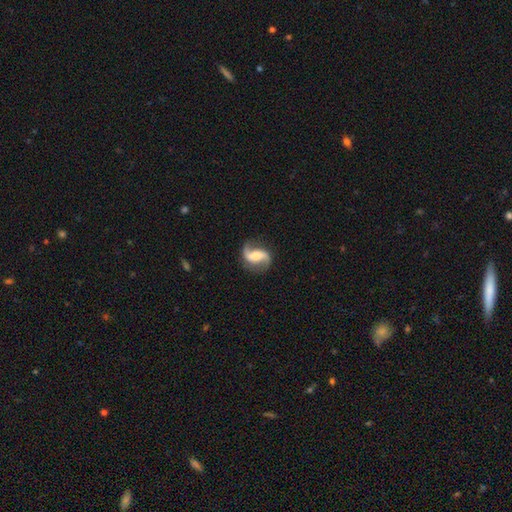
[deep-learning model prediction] Morphology: type=featured or disk (86%); edge-on=no (97%); bar=no (37%); spiral arms=yes (97%); winding=loose (62%); arm count=2 (93%); bulge=moderate (57%); merging=none (81%).